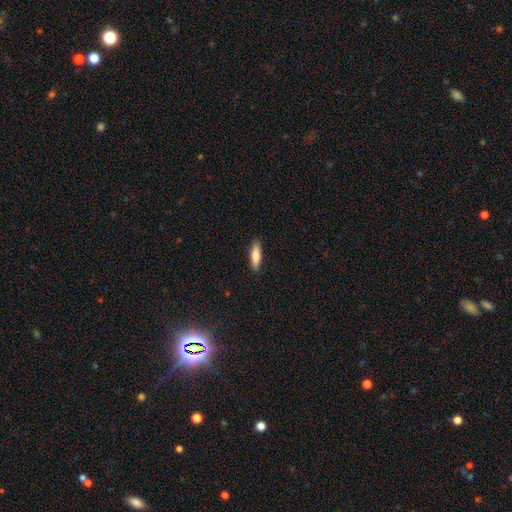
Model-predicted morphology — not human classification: smooth_or_featured: smooth (p=0.78) [alt: featured or disk p=0.16]
how_rounded: cigar-shaped (p=0.63) [alt: in between p=0.36]
merging: none (p=0.89) [alt: minor disturbance p=0.09]